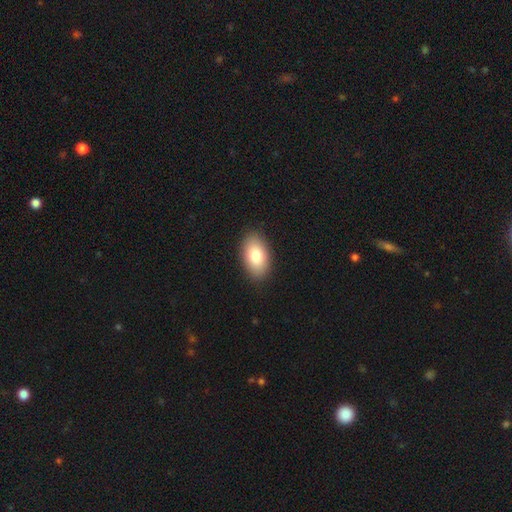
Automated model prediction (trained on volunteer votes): A smooth galaxy with no disk features (80%) that is in between round and cigar-shaped (93%).

Vote fractions:
- Smooth or featured? smooth: 80% / featured or disk: 13% / star or artifact: 7%
- How rounded? in between: 93% / round: 5% / cigar-shaped: 2%
- Merging? none: 89% / minor disturbance: 8% / major disturbance: 2% / merger: 1%